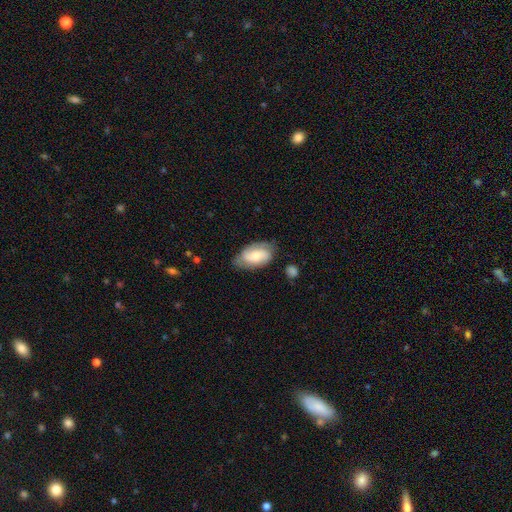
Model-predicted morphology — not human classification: smooth_or_featured: featured or disk (p=0.52) [alt: smooth p=0.42]
disk_edge_on: no (p=0.94) [alt: yes p=0.06]
merging: none (p=0.67) [alt: minor disturbance p=0.23]